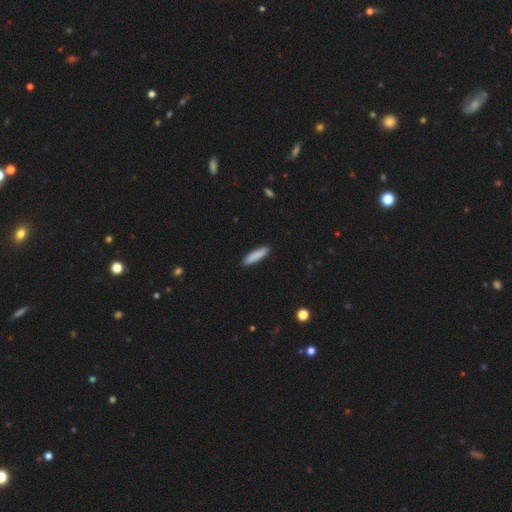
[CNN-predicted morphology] Q: Smooth or featured?
A: smooth (88%); runner-up: featured or disk (7%)
Q: How rounded?
A: cigar-shaped (80%); runner-up: in between (18%)
Q: Merging?
A: none (91%); runner-up: minor disturbance (6%)